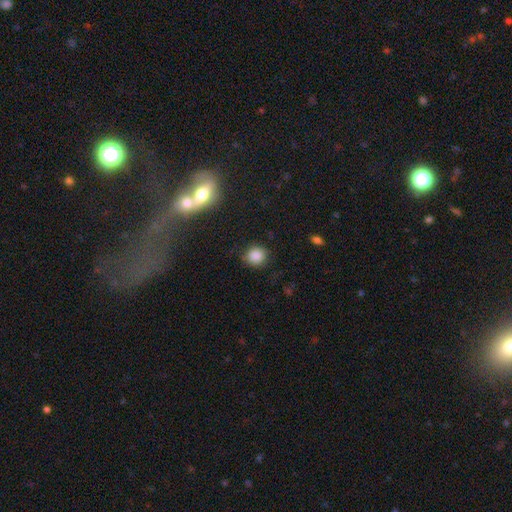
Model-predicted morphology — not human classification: type=smooth (85%); roundness=round (87%); merging=none (84%).